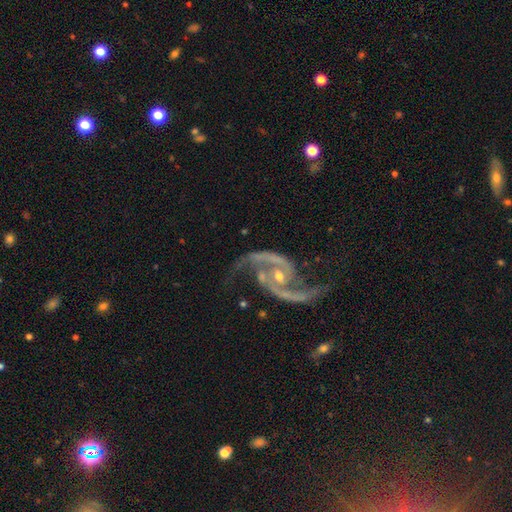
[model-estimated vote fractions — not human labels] Smooth or featured?
  - featured or disk: 91% *
  - star or artifact: 6%
  - smooth: 3%
Edge-on disk?
  - no: 97% *
  - yes: 3%
Bar?
  - no: 51% *
  - weak: 32%
  - strong: 17%
Spiral arms?
  - yes: 98% *
  - no: 2%
Spiral winding?
  - loose: 50% *
  - medium: 41%
  - tight: 10%
Spiral arm count?
  - 2: 93% *
  - can't tell: 2%
  - 1: 2%
  - 3: 2%
  - 4: 1%
  - more than 4: 1%
Bulge size?
  - small: 65% *
  - moderate: 30%
  - none: 3%
  - large: 2%
  - dominant: 1%
Merging?
  - none: 67% *
  - minor disturbance: 16%
  - major disturbance: 14%
  - merger: 3%